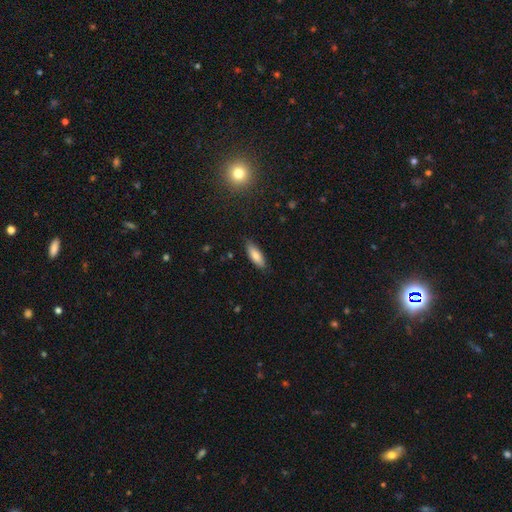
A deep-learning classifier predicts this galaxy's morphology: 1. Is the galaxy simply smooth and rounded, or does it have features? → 80% smooth, 13% featured or disk, 7% star or artifact.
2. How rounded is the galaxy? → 63% in between, 35% cigar-shaped, 2% round.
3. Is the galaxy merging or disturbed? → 82% none, 14% minor disturbance, 2% major disturbance, 1% merger.